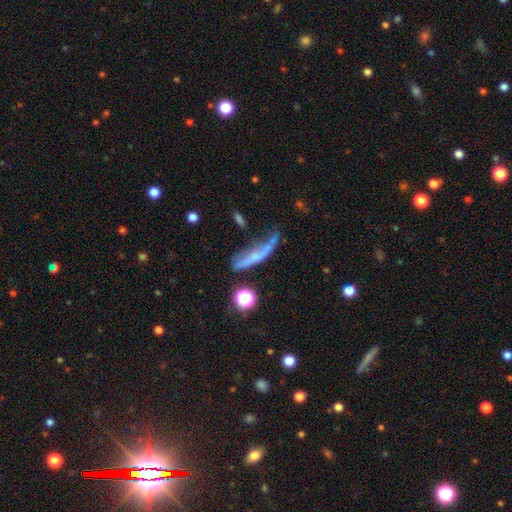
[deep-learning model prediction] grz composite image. It shows a smooth galaxy with no disk features (44%). Merging: none (37%).